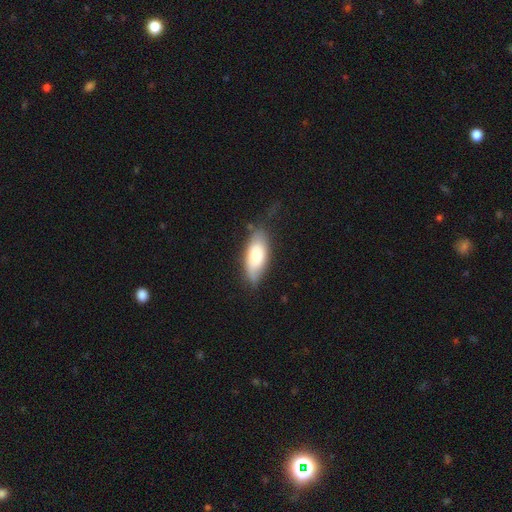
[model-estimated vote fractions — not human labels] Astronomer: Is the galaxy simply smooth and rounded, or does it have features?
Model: smooth — 67%.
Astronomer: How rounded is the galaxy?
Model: in between — 83%.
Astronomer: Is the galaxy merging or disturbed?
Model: none — 65%.